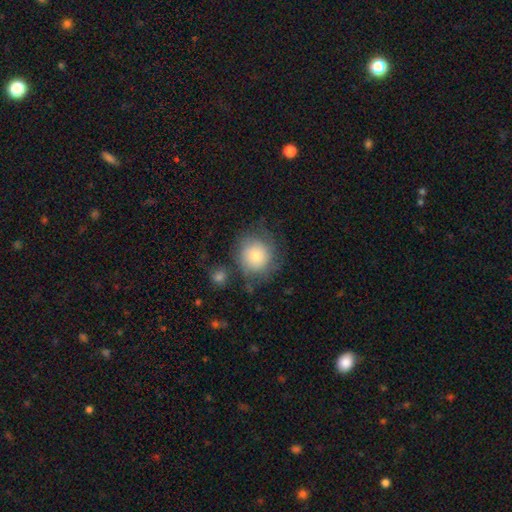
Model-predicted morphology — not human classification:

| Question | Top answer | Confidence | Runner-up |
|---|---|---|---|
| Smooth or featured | smooth | 73% | featured or disk (19%) |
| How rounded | round | 86% | in between (13%) |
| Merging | none | 66% | minor disturbance (21%) |